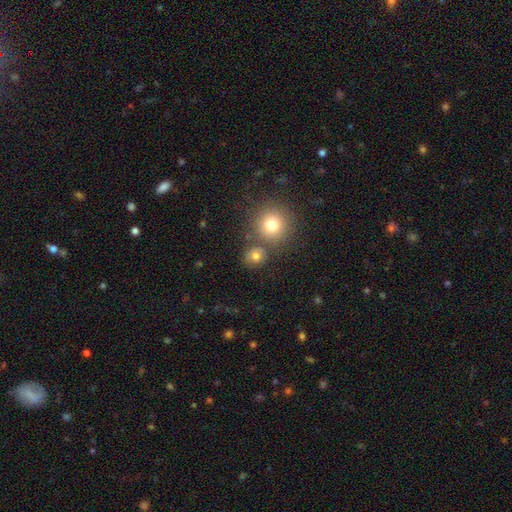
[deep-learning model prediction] This is likely a smooth galaxy (75%). How rounded: clearly round (83%). Merging: likely none (74%).